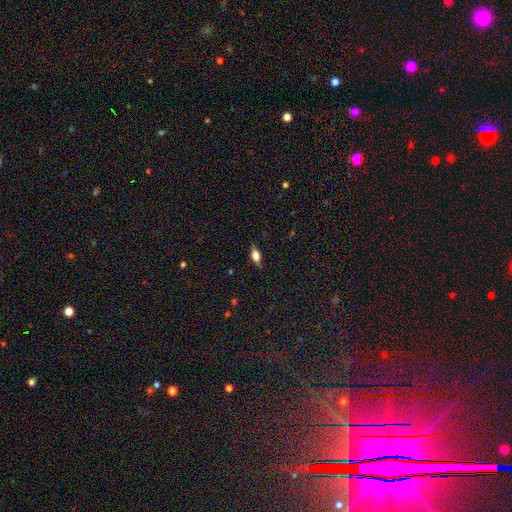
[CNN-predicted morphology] Smooth or featured? Predicted: smooth (p=0.49). Merging? Predicted: none (p=0.85).